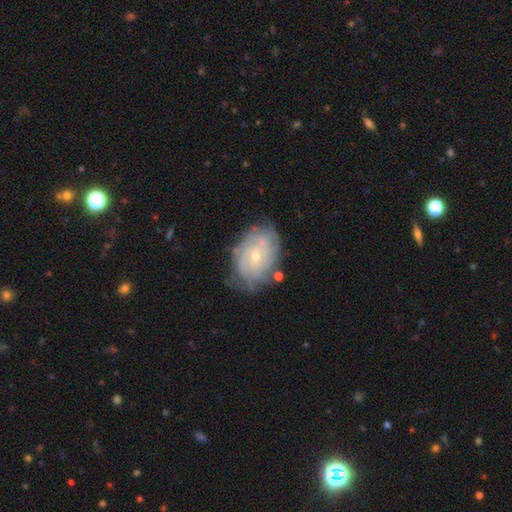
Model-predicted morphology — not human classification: This appears to be a featured or disk galaxy (78%) with no bar (72%), tight (72%) spiral arms (90%) and a small central bulge (69%). Merging: none (71%).